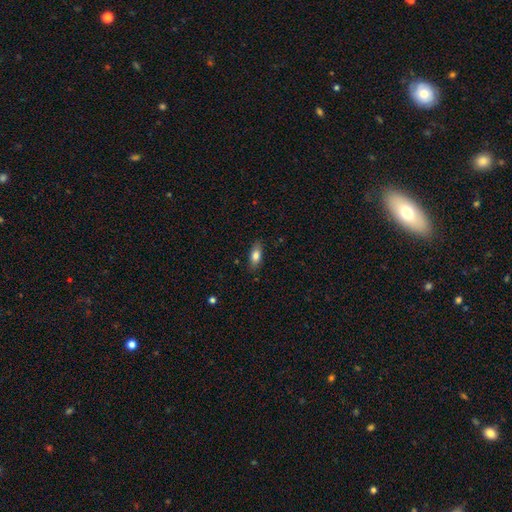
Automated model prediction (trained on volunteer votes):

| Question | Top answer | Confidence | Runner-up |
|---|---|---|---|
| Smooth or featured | smooth | 79% | featured or disk (13%) |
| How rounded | in between | 81% | cigar-shaped (15%) |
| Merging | none | 85% | minor disturbance (12%) |